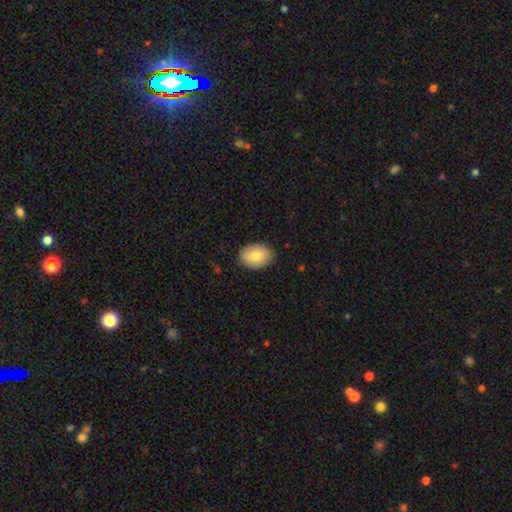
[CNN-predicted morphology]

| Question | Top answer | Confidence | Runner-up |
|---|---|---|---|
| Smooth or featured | smooth | 81% | featured or disk (13%) |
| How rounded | in between | 83% | round (16%) |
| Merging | none | 86% | minor disturbance (11%) |